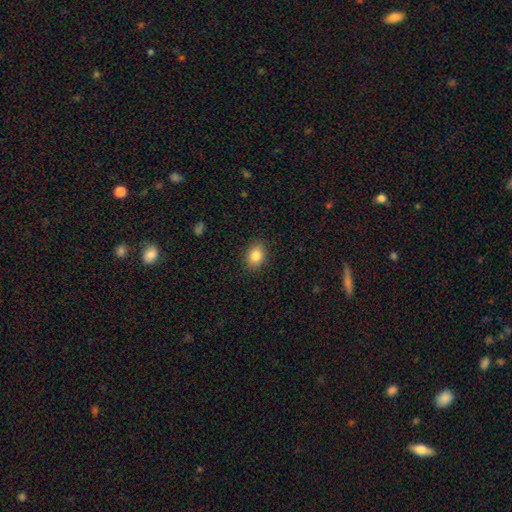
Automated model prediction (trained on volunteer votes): Overall: smooth (85%). How rounded: in between (63%; round 36%). Merging: none (89%).